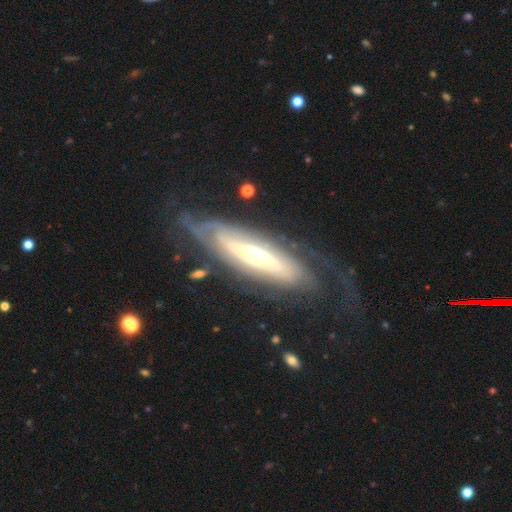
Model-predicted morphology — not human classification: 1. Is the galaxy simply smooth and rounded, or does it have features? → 83% featured or disk, 12% smooth, 5% star or artifact.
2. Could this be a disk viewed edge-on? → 74% no, 26% yes.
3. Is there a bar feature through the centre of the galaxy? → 51% no, 25% strong, 24% weak.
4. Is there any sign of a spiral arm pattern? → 83% yes, 17% no.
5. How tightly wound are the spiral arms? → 56% tight, 30% medium, 14% loose.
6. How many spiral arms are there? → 45% can't tell, 36% 2, 6% 3, 5% 1, 4% 4, 3% more than 4.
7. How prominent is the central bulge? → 62% moderate, 19% small, 16% large, 2% dominant, 1% none.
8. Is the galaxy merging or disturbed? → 60% none, 20% minor disturbance, 18% major disturbance, 2% merger.